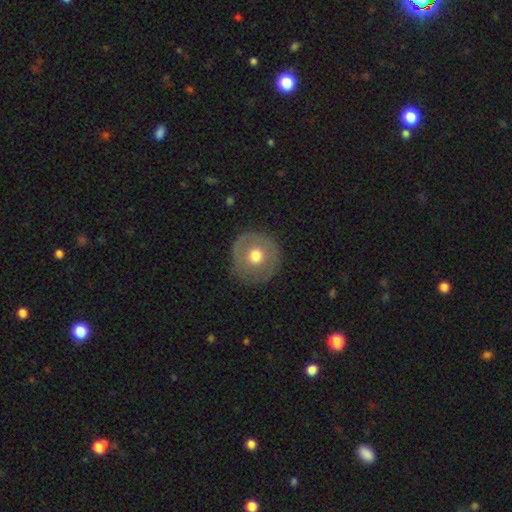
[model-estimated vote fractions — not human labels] Overall: smooth (57%; featured or disk 35%). How rounded: round (94%). Merging: none (82%).